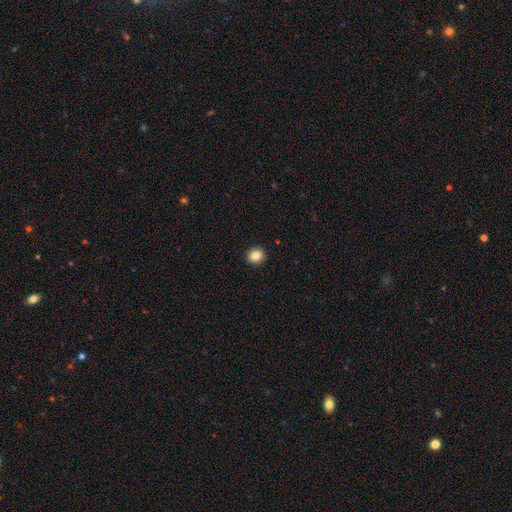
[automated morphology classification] Smooth or featured? smooth (85%)
How rounded? round (82%)
Merging? none (93%)